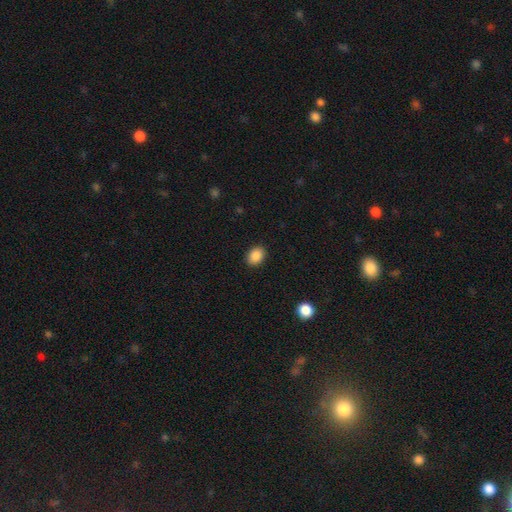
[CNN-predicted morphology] Smooth or featured? smooth (89%)
How rounded? in between (62%)
Merging? none (90%)